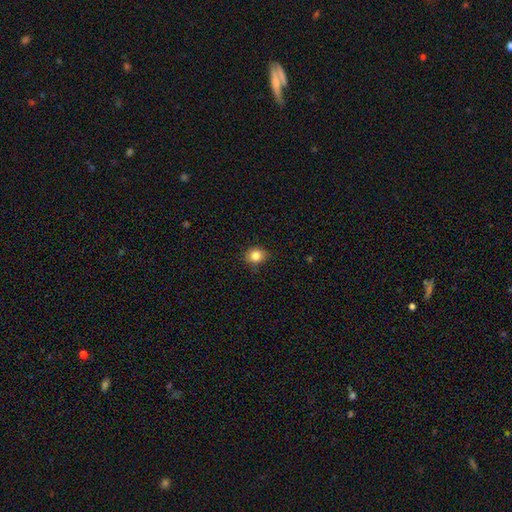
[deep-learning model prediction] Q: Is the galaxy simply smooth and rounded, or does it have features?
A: smooth — 83%.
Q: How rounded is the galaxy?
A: round — 73%.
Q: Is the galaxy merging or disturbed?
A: none — 85%.